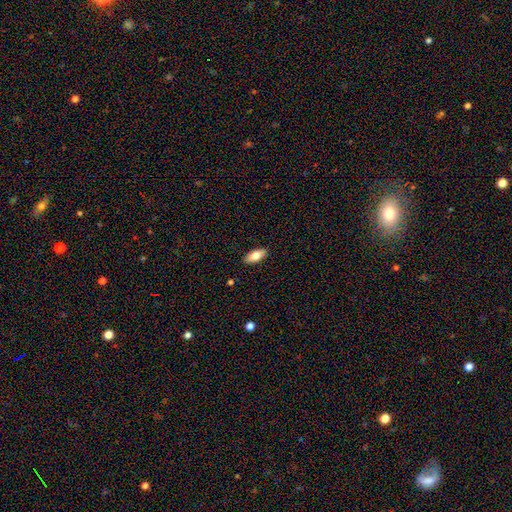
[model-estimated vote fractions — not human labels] The model was most divided on "smooth or featured": smooth: 76%, featured or disk: 17%, star or artifact: 6%. More confident: merging — none (90%); how rounded — in between (85%).